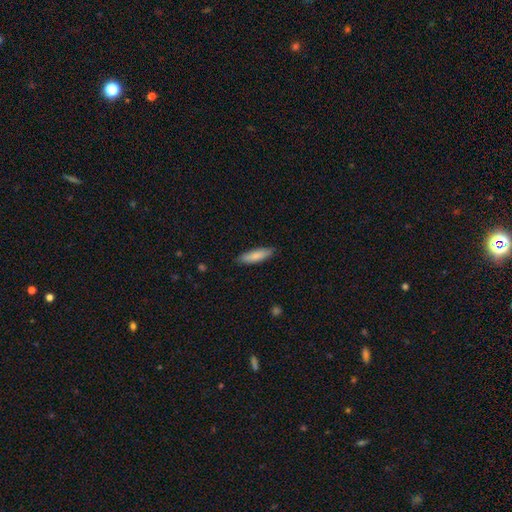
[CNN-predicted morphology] Q: Smooth or featured?
A: smooth (82%); runner-up: featured or disk (13%)
Q: How rounded?
A: cigar-shaped (64%); runner-up: in between (34%)
Q: Merging?
A: none (85%); runner-up: minor disturbance (11%)